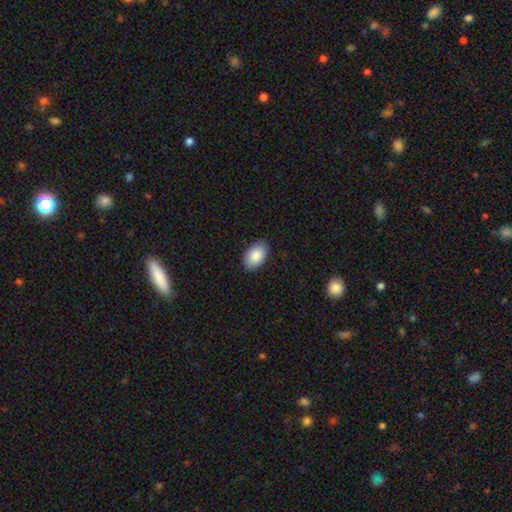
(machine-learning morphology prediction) The model was most divided on "merging": none: 88%, minor disturbance: 9%, major disturbance: 2%, merger: 1%. More confident: how rounded — in between (93%); smooth or featured — smooth (88%).